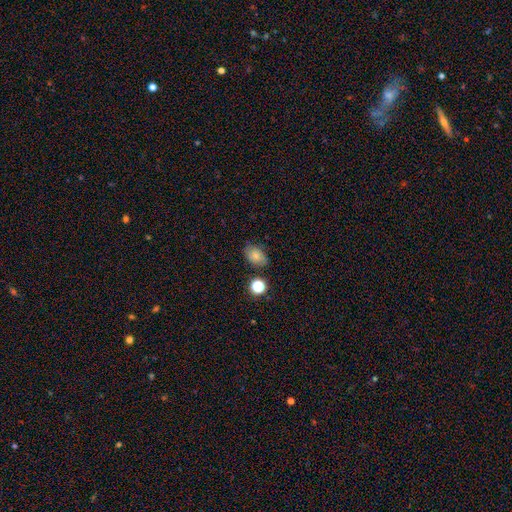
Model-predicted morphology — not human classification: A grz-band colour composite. It shows a smooth galaxy with no disk features (75%) that is in between round and cigar-shaped (74%). Merging: none (74%).